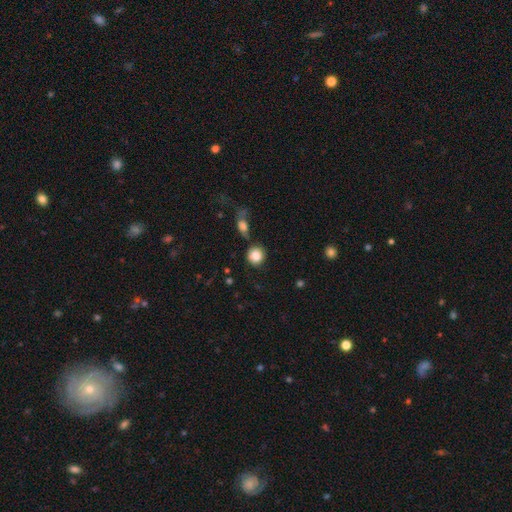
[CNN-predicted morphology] A smooth galaxy with no disk features (85%) that is round (89%). Merging: none (71%).